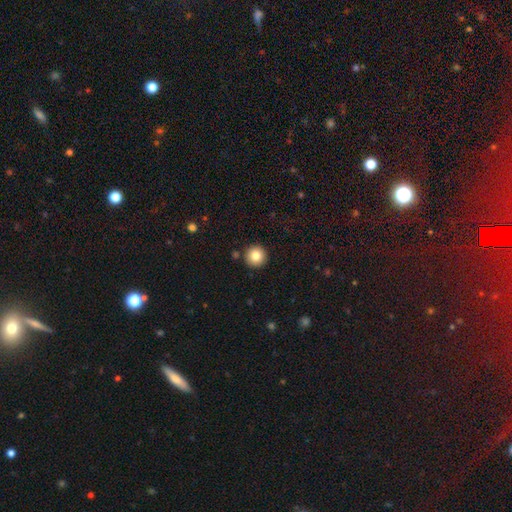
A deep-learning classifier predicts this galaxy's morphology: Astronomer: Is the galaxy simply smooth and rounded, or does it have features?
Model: smooth — 83%.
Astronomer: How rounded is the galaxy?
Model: round — 96%.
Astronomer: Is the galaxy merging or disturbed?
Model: none — 90%.